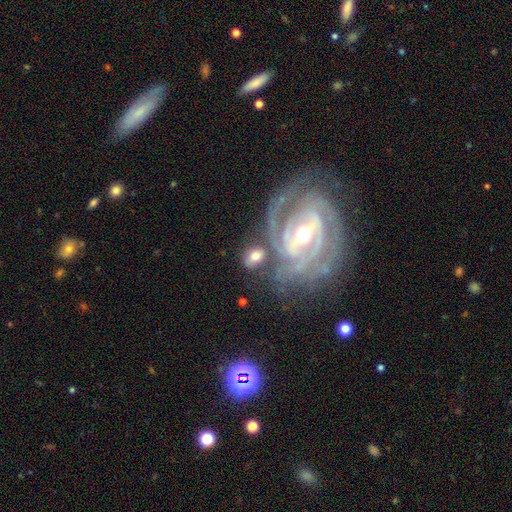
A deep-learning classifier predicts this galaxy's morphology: Q: Smooth or featured?
A: smooth (47%); runner-up: featured or disk (46%)
Q: Merging?
A: none (58%); runner-up: merger (18%)